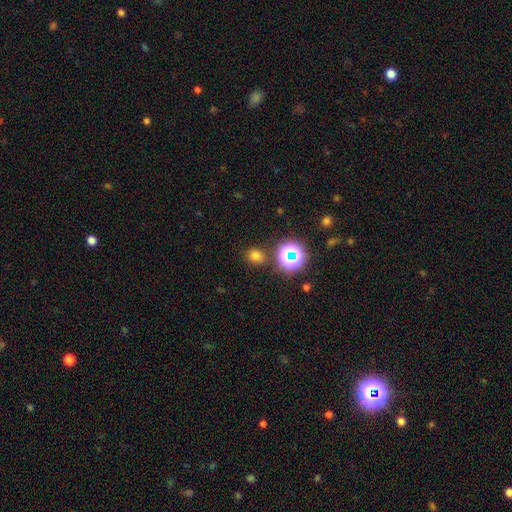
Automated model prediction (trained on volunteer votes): A smooth galaxy with no disk features (69%) that is round (65%). Merging: none (82%).